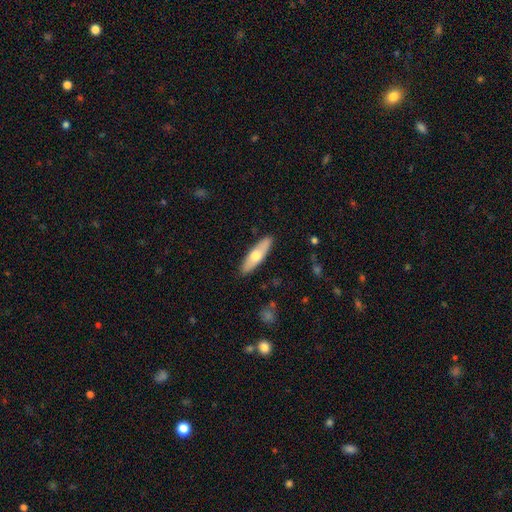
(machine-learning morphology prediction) Smooth or featured: smooth — 58% (featured or disk — 37%)
How rounded: cigar-shaped — 56% (in between — 42%)
Merging: none — 89% (minor disturbance — 8%)